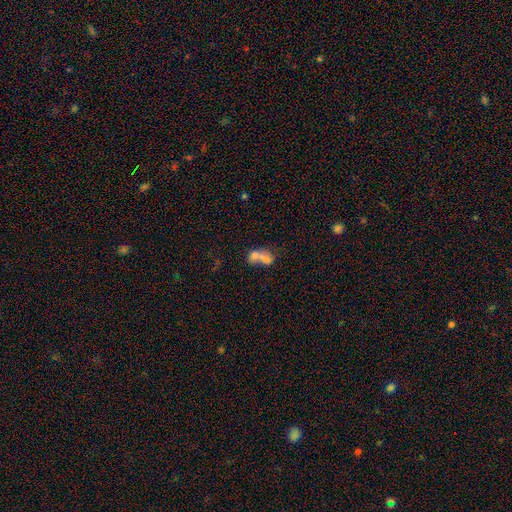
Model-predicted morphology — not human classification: This is likely a smooth galaxy (67%). How rounded: likely in between (73%). Merging: likely merger (68%).